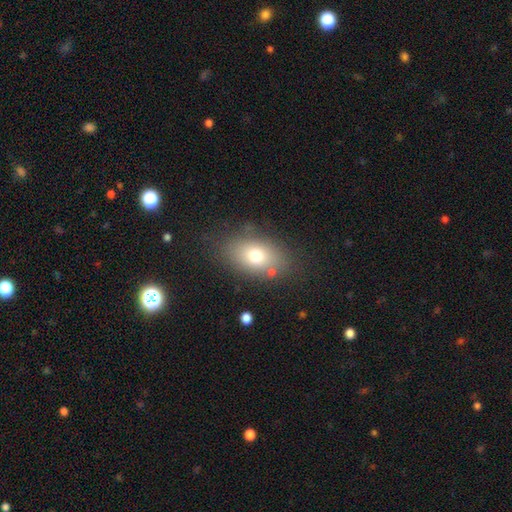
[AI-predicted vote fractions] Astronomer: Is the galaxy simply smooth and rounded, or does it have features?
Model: smooth — 73%.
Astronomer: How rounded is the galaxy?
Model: in between — 81%.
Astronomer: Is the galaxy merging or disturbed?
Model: none — 78%.